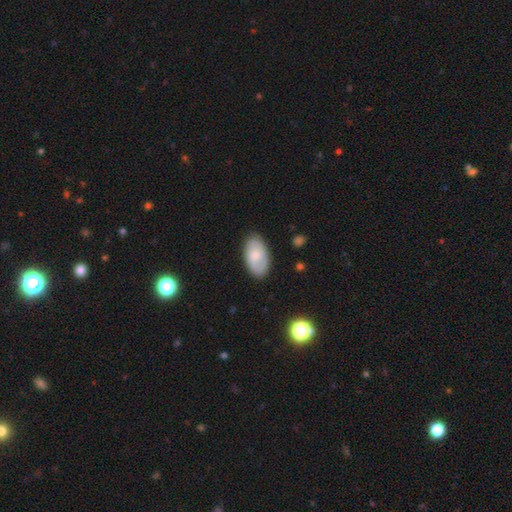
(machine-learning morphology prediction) A smooth galaxy with no disk features (70%) that is in between round and cigar-shaped (94%). Merging: none (82%).